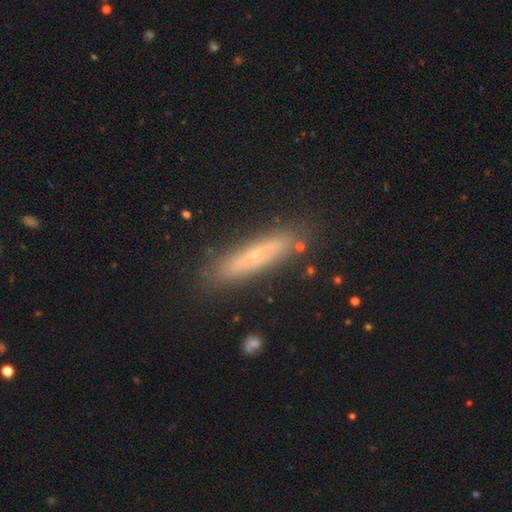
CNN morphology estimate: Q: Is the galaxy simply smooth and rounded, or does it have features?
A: smooth — 47%.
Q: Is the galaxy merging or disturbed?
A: none — 84%.